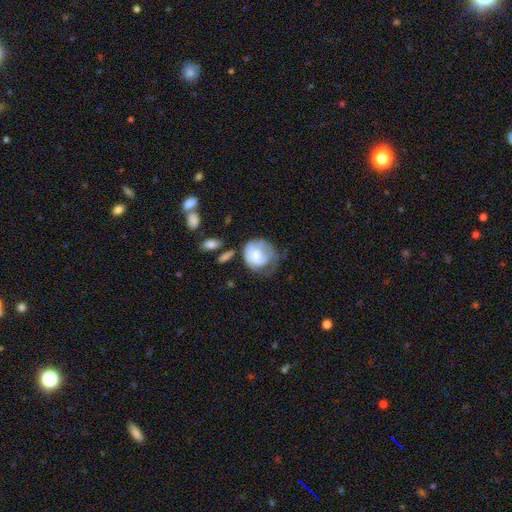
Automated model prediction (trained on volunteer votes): Smooth or featured?
  - smooth: 56% *
  - featured or disk: 37%
  - star or artifact: 7%
How rounded?
  - round: 71% *
  - in between: 28%
  - cigar-shaped: 1%
Merging?
  - none: 33% *
  - major disturbance: 31%
  - minor disturbance: 30%
  - merger: 5%